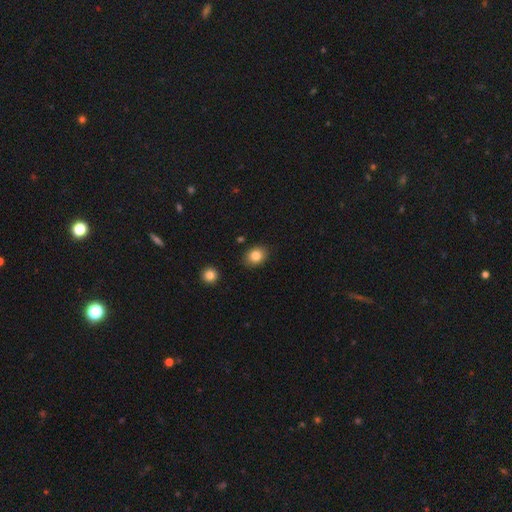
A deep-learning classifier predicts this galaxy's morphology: A smooth galaxy with no disk features (84%) that is in between round and cigar-shaped (54%).

Vote fractions:
- Smooth or featured? smooth: 84% / star or artifact: 9% / featured or disk: 7%
- How rounded? in between: 54% / round: 46% / cigar-shaped: 1%
- Merging? none: 87% / minor disturbance: 9% / major disturbance: 2% / merger: 2%